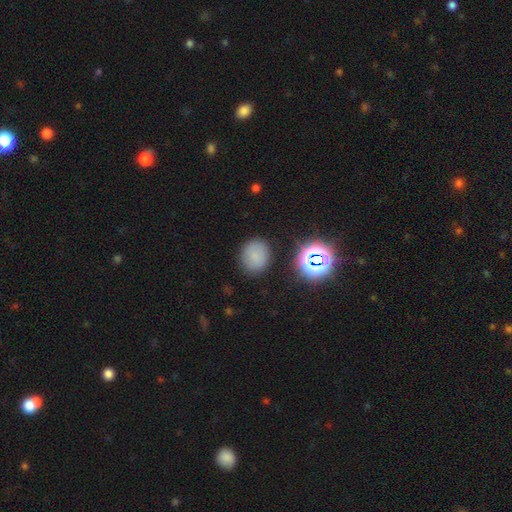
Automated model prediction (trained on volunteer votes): A smooth galaxy with no disk features (73%) that is round (72%).

Vote fractions:
- Smooth or featured? smooth: 73% / star or artifact: 18% / featured or disk: 9%
- How rounded? round: 72% / in between: 27% / cigar-shaped: 1%
- Merging? none: 84% / minor disturbance: 11% / major disturbance: 3% / merger: 2%